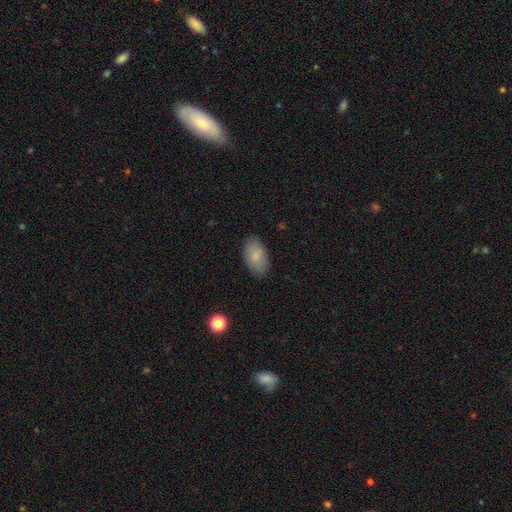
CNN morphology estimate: Smooth or featured?
  - smooth: 83% *
  - featured or disk: 10%
  - star or artifact: 7%
How rounded?
  - in between: 93% *
  - round: 5%
  - cigar-shaped: 2%
Merging?
  - none: 86% *
  - minor disturbance: 11%
  - major disturbance: 2%
  - merger: 1%